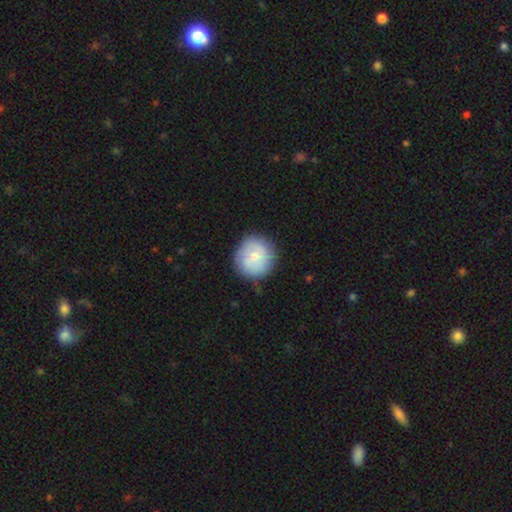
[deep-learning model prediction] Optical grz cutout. It shows a smooth galaxy with no disk features (65%) that is round (93%). Merging: none (82%).